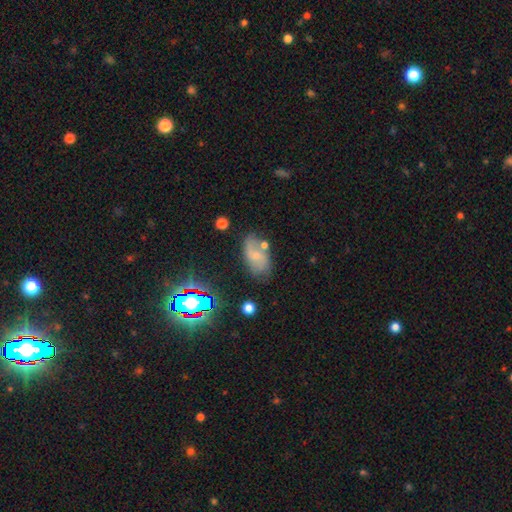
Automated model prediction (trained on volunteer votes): smooth-or-featured: featured or disk: 43% | smooth: 42% | star or artifact: 15%
  merging: none: 58% | minor disturbance: 22% | merger: 12% | major disturbance: 8%